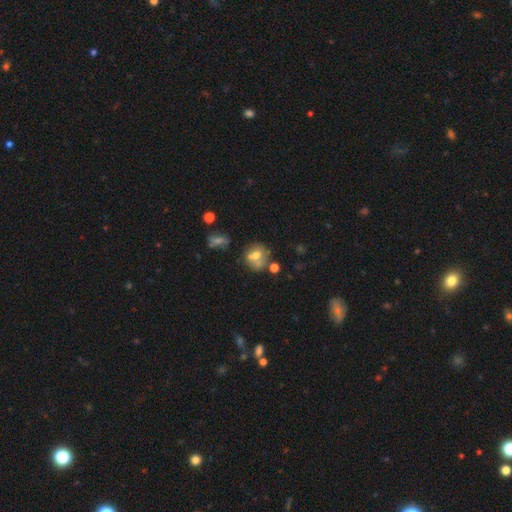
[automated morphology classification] A smooth galaxy with no disk features (60%) that is round (74%). Merging: none (48%).